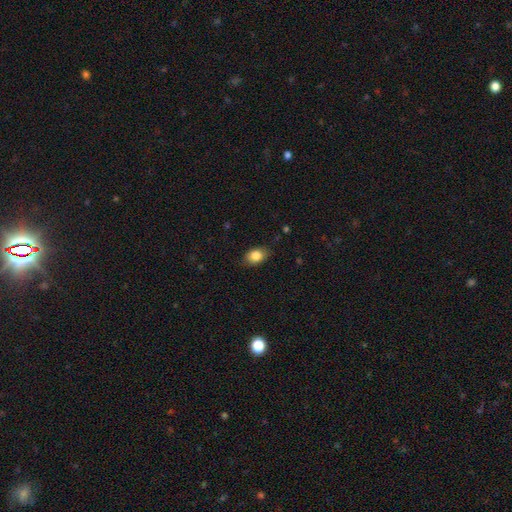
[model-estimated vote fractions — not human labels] Q: Smooth or featured?
A: smooth (84%); runner-up: star or artifact (8%)
Q: How rounded?
A: in between (77%); runner-up: round (21%)
Q: Merging?
A: none (82%); runner-up: minor disturbance (14%)